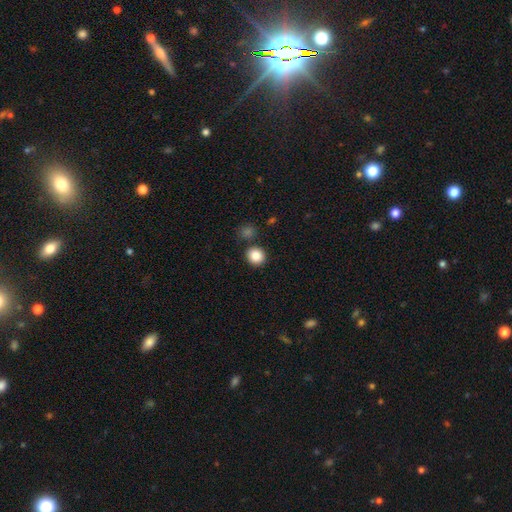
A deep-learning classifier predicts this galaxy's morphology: A smooth galaxy with no disk features (86%) that is round (87%). Merging: none (84%).